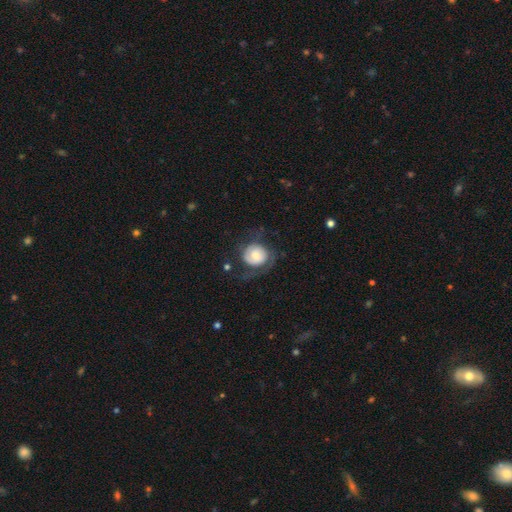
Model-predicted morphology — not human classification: Smooth or featured? Predicted: featured or disk (p=0.52). Edge-on disk? Predicted: no (p=0.97). Bar? Predicted: no (p=0.73). Spiral arms? Predicted: yes (p=0.74). Bulge size? Predicted: moderate (p=0.48). Merging? Predicted: none (p=0.52).